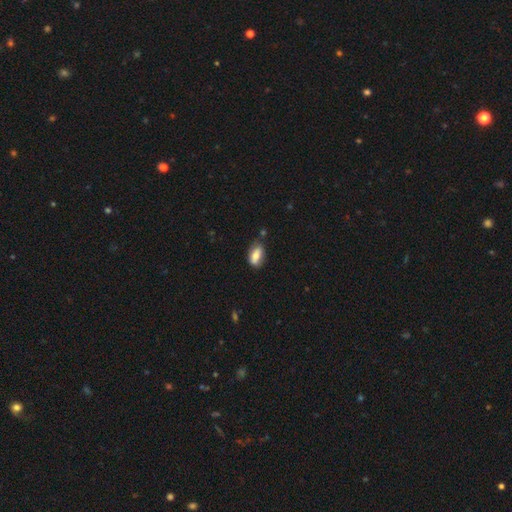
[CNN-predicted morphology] Q: Smooth or featured?
A: smooth (72%); runner-up: featured or disk (21%)
Q: How rounded?
A: in between (89%); runner-up: cigar-shaped (6%)
Q: Merging?
A: none (61%); runner-up: minor disturbance (27%)